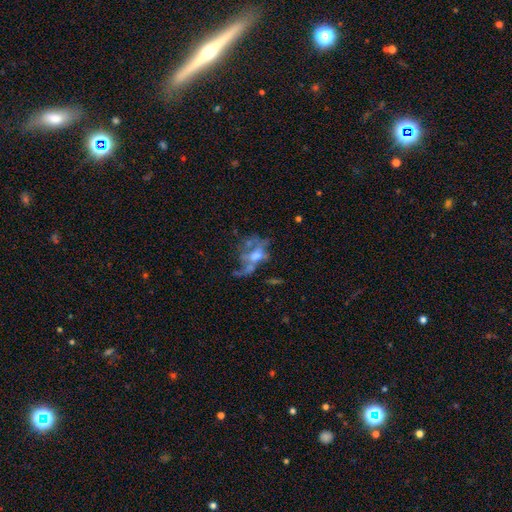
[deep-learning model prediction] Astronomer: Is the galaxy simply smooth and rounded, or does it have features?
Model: featured or disk — 62%.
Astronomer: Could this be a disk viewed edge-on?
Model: no — 94%.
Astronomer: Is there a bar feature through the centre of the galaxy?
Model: no — 76%.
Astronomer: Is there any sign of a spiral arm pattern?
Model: no — 74%.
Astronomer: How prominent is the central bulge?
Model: moderate — 50%.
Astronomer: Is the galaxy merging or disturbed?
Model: major disturbance — 38% (runner-up: none, 29%).